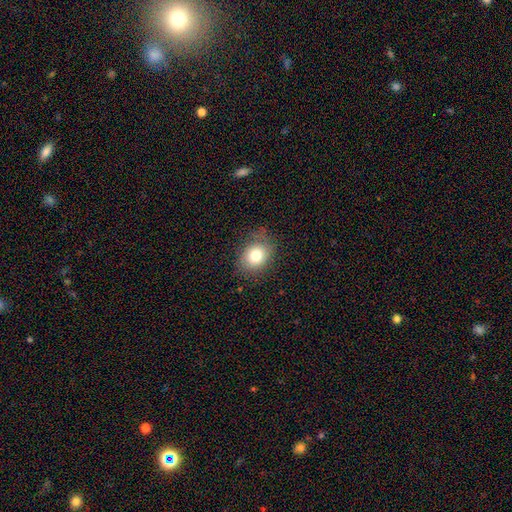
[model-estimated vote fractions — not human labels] This is likely a smooth galaxy (78%). How rounded: possibly in between (57%). Merging: likely none (76%).